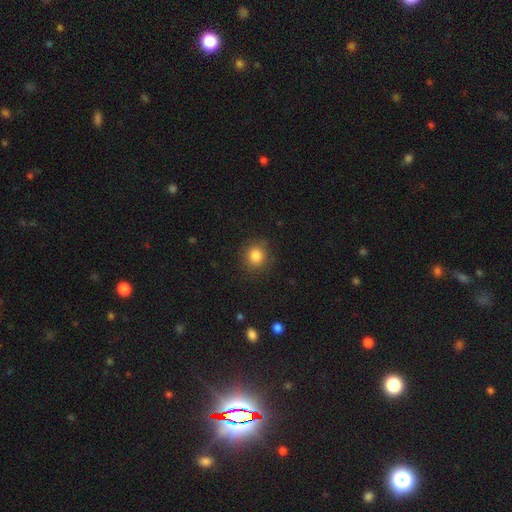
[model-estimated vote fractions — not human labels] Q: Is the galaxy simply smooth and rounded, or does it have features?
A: smooth — 84%.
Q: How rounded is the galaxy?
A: round — 88%.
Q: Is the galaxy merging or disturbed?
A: none — 88%.